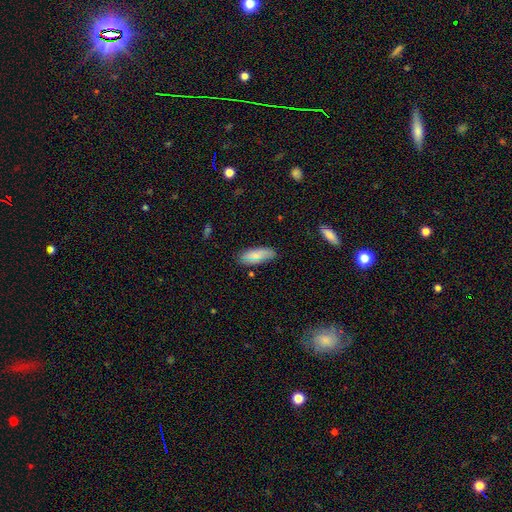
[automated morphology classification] smooth 77%, featured or disk 15%, star or artifact 8%. Down the decision tree: how rounded — in between (80%); merging — none (81%).